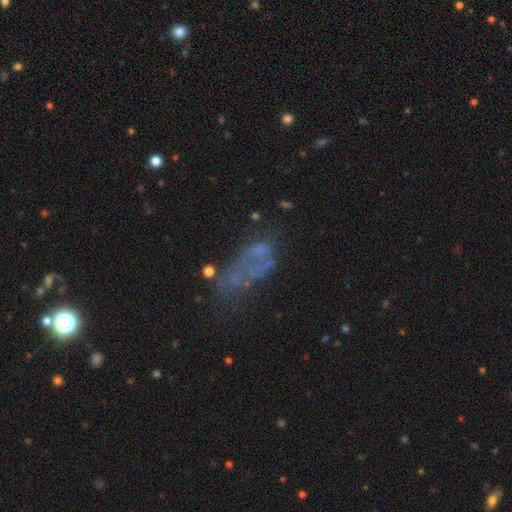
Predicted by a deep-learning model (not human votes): This is possibly a featured or disk galaxy (46%). Merging: marginally major disturbance (37%).